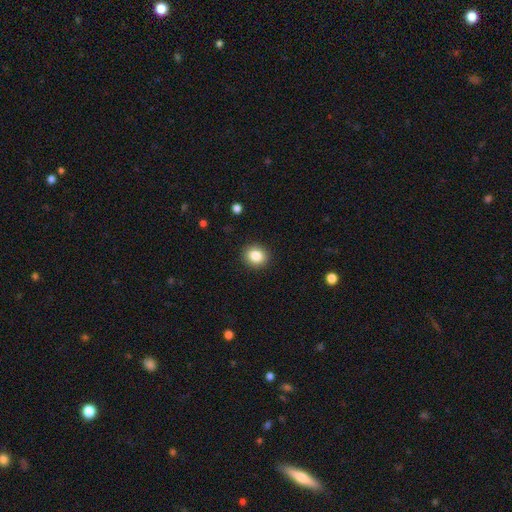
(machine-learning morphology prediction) This appears to be a smooth galaxy with no disk features (85%) that is round (72%). Merging: none (91%).